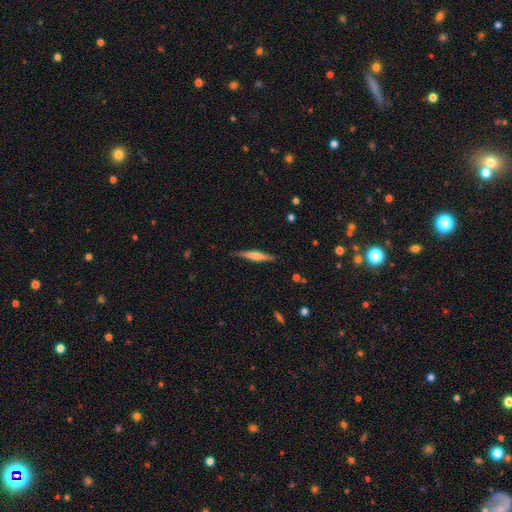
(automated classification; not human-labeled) A featured or disk galaxy (47%, tied with smooth).

Vote fractions:
- Smooth or featured? featured or disk: 47% (tied) / smooth: 47% (tied) / star or artifact: 6%
- Merging? none: 86% / minor disturbance: 10% / major disturbance: 2% / merger: 1%